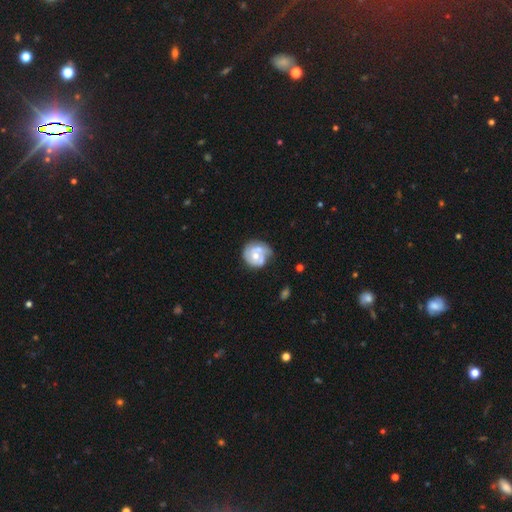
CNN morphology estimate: The model was most divided on "merging": none: 41%, merger: 28%, minor disturbance: 20%, major disturbance: 11%. More confident: edge-on disk — no (98%); bar — no (80%); spiral arms — yes (65%); bulge size — moderate (64%); smooth or featured — featured or disk (63%).